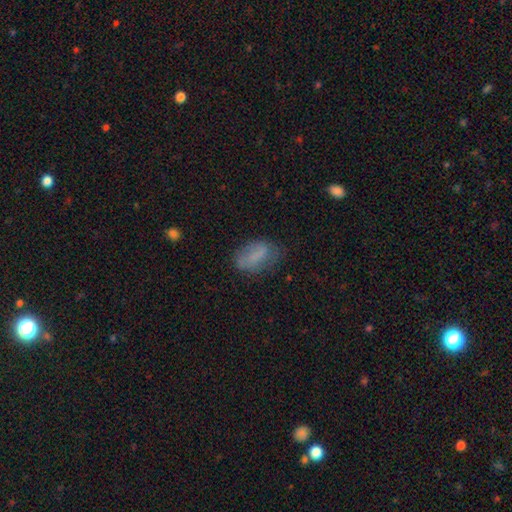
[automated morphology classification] Smooth or featured: smooth — 71% (featured or disk — 19%)
How rounded: in between — 88% (round — 7%)
Merging: none — 58% (minor disturbance — 27%)